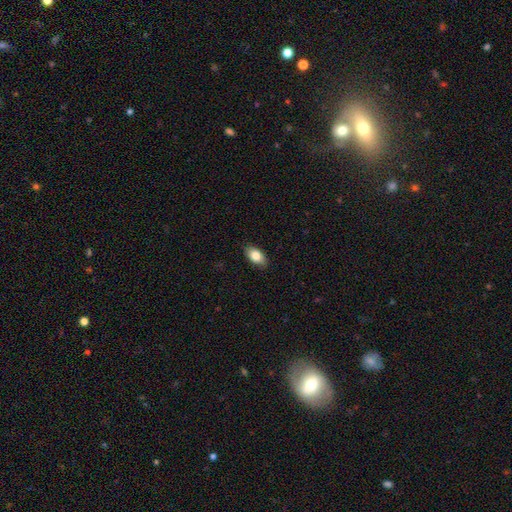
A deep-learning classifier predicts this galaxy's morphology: Q: Smooth or featured?
A: smooth (84%); runner-up: featured or disk (9%)
Q: How rounded?
A: in between (91%); runner-up: round (6%)
Q: Merging?
A: none (87%); runner-up: minor disturbance (10%)